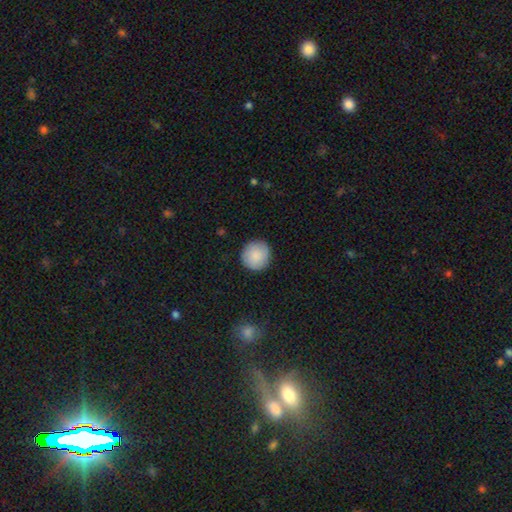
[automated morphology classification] The model was most divided on "smooth or featured": smooth: 88%, star or artifact: 6%, featured or disk: 6%. More confident: how rounded — round (94%); merging — none (90%).